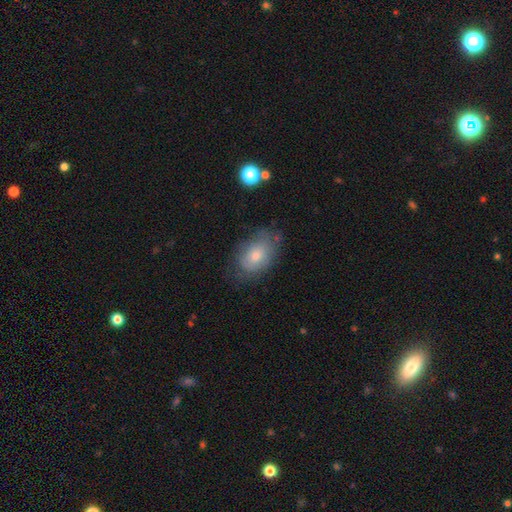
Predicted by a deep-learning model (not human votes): A smooth galaxy with no disk features (70%) that is in between round and cigar-shaped (82%).

Vote fractions:
- Smooth or featured? smooth: 70% / featured or disk: 22% / star or artifact: 8%
- How rounded? in between: 82% / round: 16% / cigar-shaped: 1%
- Merging? none: 59% / minor disturbance: 28% / major disturbance: 11% / merger: 2%